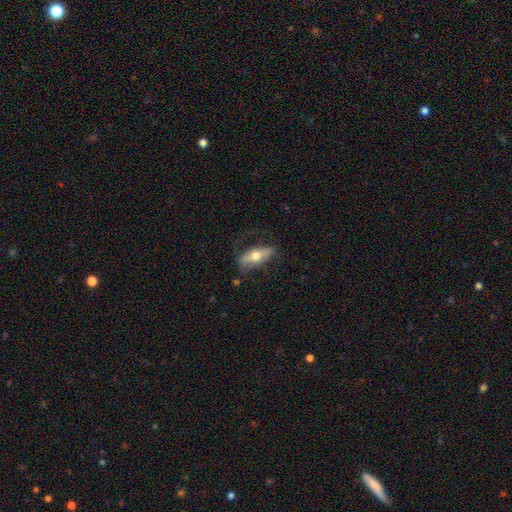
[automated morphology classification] This appears to be a smooth galaxy with no disk features (51%) that is in between round and cigar-shaped (68%). Merging: none (61%).